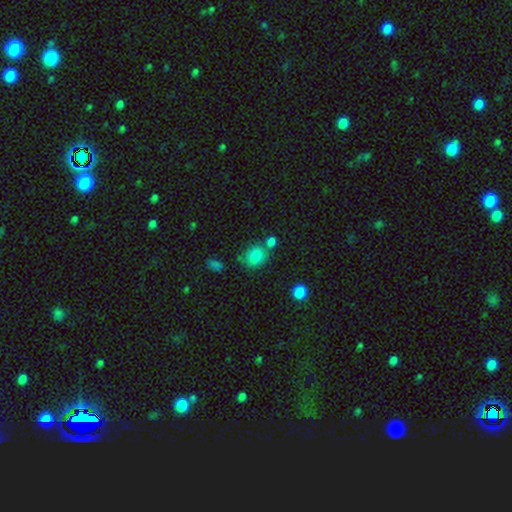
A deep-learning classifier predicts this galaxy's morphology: smooth-or-featured: smooth: 81% | star or artifact: 11% | featured or disk: 8%
  how-rounded: round: 54% | in between: 44% | cigar-shaped: 1%
  merging: none: 61% | merger: 21% | minor disturbance: 14% | major disturbance: 4%